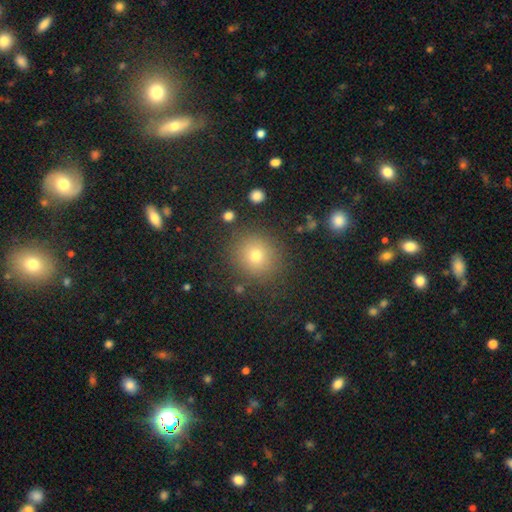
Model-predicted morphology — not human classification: This appears to be a smooth galaxy with no disk features (74%) that is round (88%). Merging: none (87%).